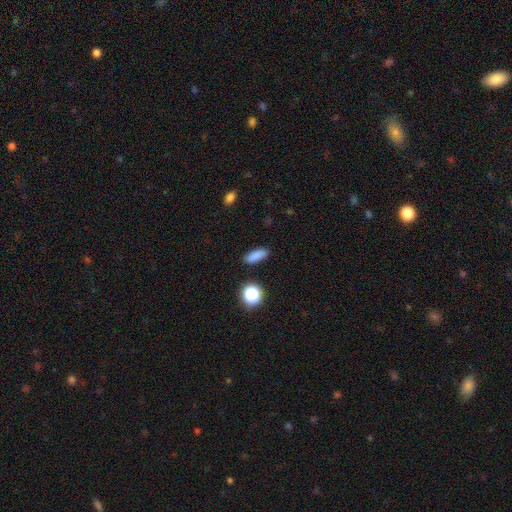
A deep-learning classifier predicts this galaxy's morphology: This appears to be a smooth galaxy with no disk features (82%) that is in between round and cigar-shaped (59%). Merging: none (85%).